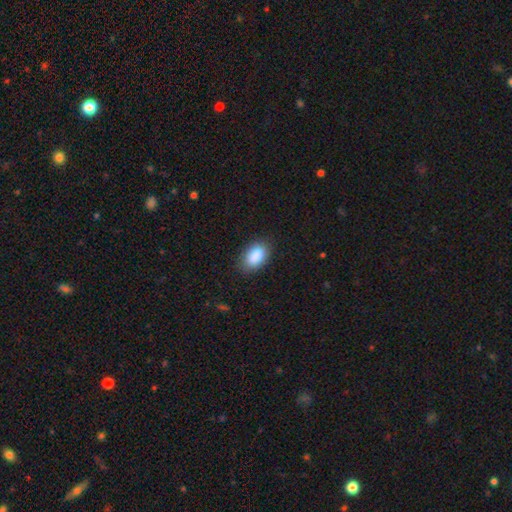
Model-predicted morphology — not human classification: Q: Smooth or featured?
A: smooth (89%); runner-up: star or artifact (7%)
Q: How rounded?
A: in between (93%); runner-up: round (6%)
Q: Merging?
A: none (83%); runner-up: minor disturbance (13%)